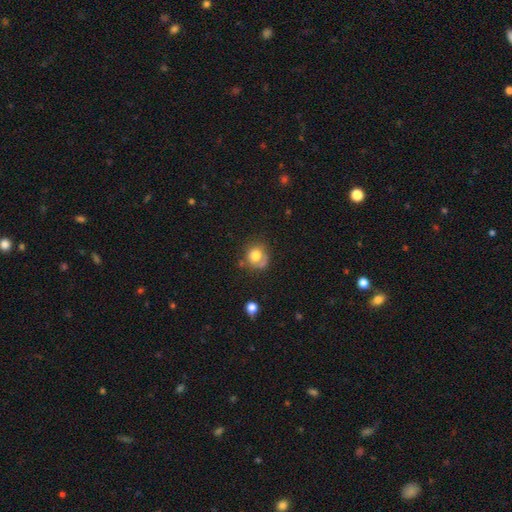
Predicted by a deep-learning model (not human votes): smooth_or_featured: smooth (p=0.73) [alt: featured or disk p=0.17]
how_rounded: round (p=0.79) [alt: in between p=0.20]
merging: none (p=0.54) [alt: minor disturbance p=0.25]